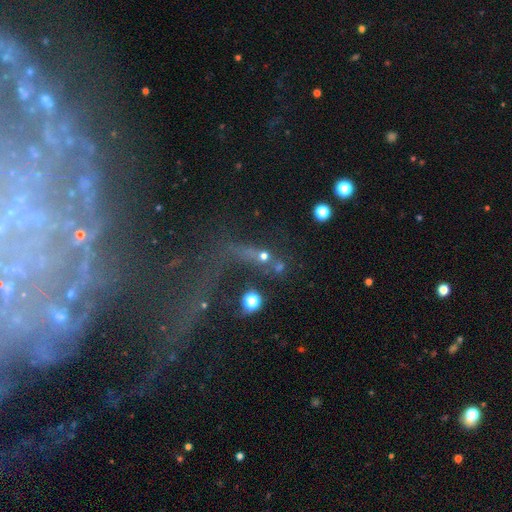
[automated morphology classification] A featured or disk galaxy (63%) with no bar (50%), spiral arms (78%) and a small central bulge (54%).

Vote fractions:
- Smooth or featured? featured or disk: 63% / star or artifact: 22% / smooth: 15%
- Edge-on disk? no: 87% / yes: 13%
- Bar? no: 50% / weak: 27% / strong: 22%
- Spiral arms? yes: 78% / no: 22%
- Bulge size? small: 54% / moderate: 25% / none: 11% / large: 6% / dominant: 4%
- Merging? none: 48% / major disturbance: 22% / minor disturbance: 18% / merger: 12%